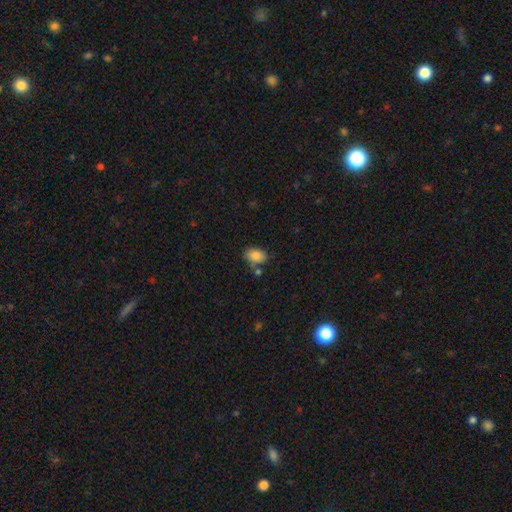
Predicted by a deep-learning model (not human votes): Morphology: type=smooth (84%); roundness=in between (78%); merging=none (67%).